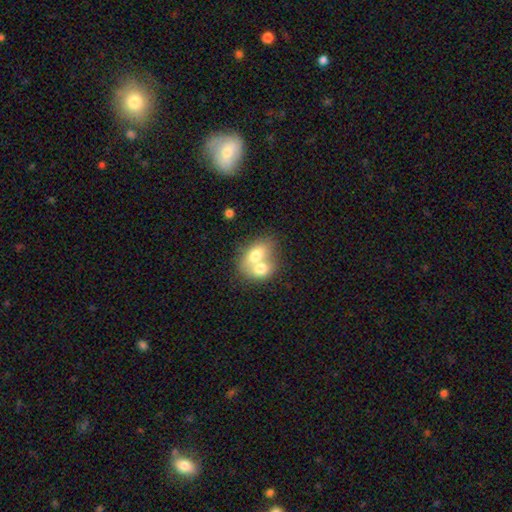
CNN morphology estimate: type=smooth (68%); roundness=in between (70%); merging=merger (75%).